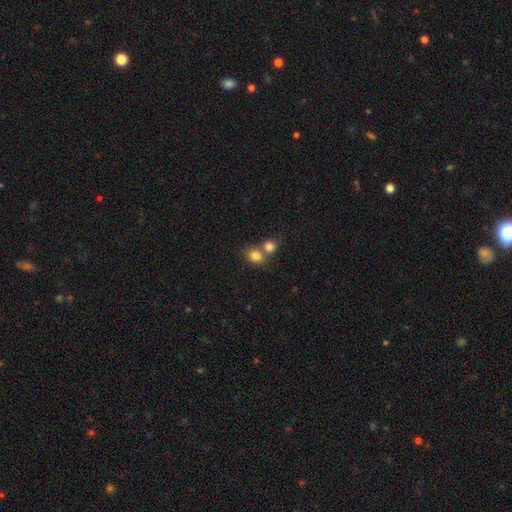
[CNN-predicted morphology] Overall: smooth (81%). How rounded: round (54%; in between 45%). Merging: merger (53%; none 37%).